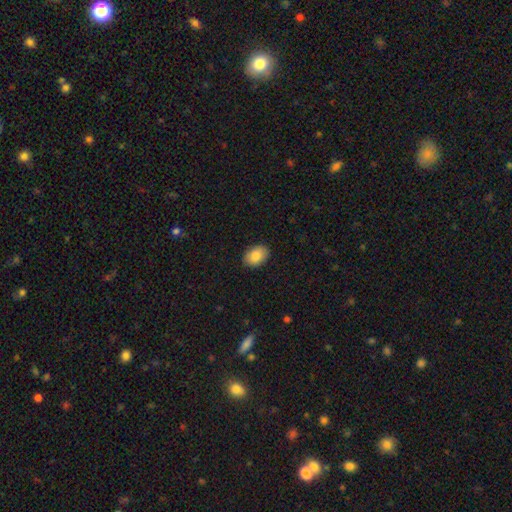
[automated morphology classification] smooth 86%, star or artifact 7%, featured or disk 7%. Down the decision tree: how rounded — in between (86%); merging — none (90%).